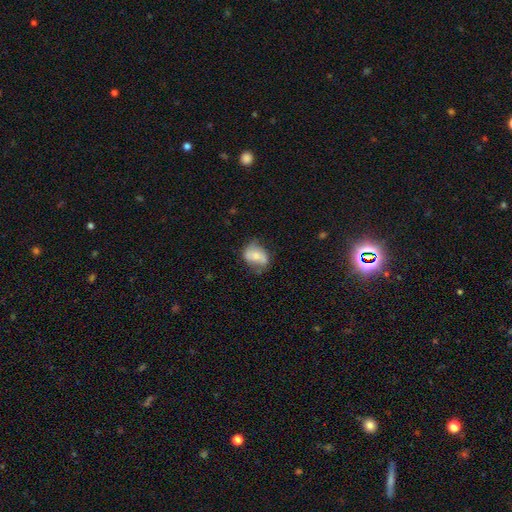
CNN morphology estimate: The model was most divided on "smooth or featured": smooth: 50%, featured or disk: 42%, star or artifact: 8%. More confident: merging — none (55%).